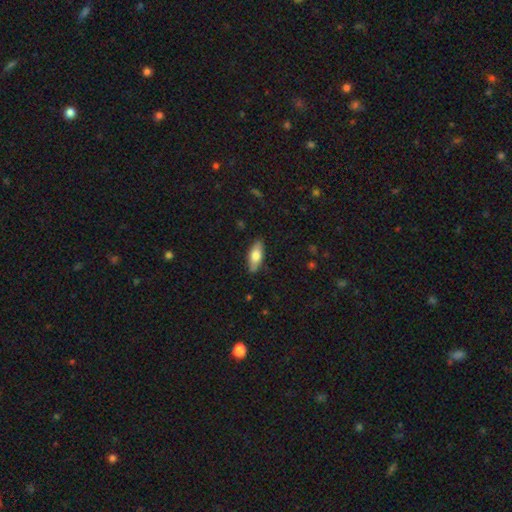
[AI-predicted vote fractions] smooth-or-featured: smooth: 68% | featured or disk: 26% | star or artifact: 6%
  how-rounded: in between: 71% | cigar-shaped: 27% | round: 3%
  merging: none: 86% | minor disturbance: 11% | major disturbance: 2% | merger: 1%